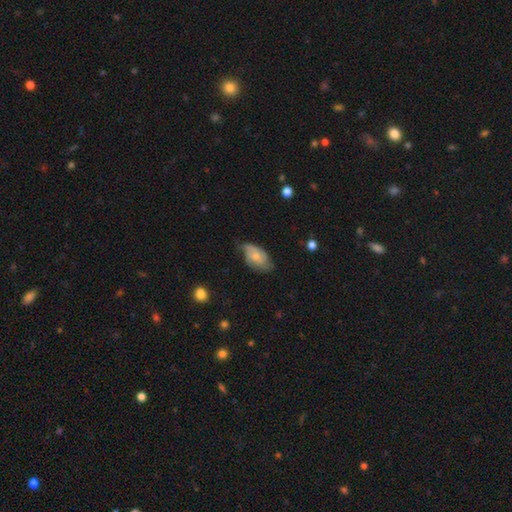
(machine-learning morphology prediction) Smooth or featured: smooth — 52% (featured or disk — 41%)
How rounded: in between — 91% (round — 6%)
Merging: none — 47% (minor disturbance — 40%)